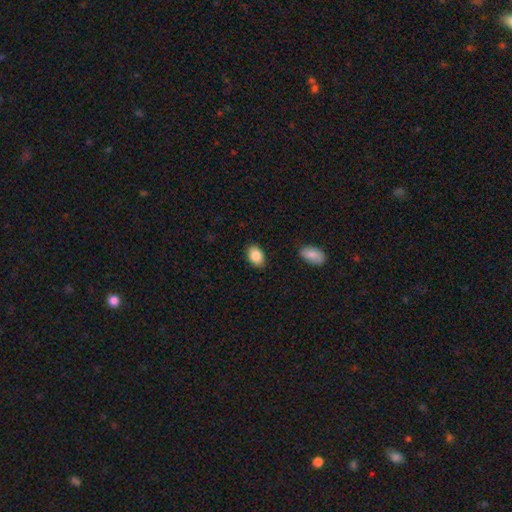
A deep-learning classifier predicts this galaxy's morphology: This appears to be a smooth galaxy with no disk features (87%) that is in between round and cigar-shaped (84%). Merging: none (85%).